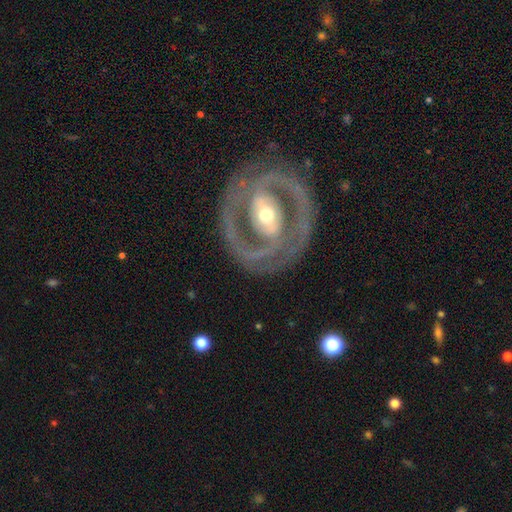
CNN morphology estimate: featured or disk 87%, smooth 8%, star or artifact 5%. Down the decision tree: edge-on disk — no (96%); bar — strong (43%); spiral arms — yes (84%); spiral arm count — 2 (82%); spiral winding — tight (54%); bulge size — moderate (51%); merging — none (80%).